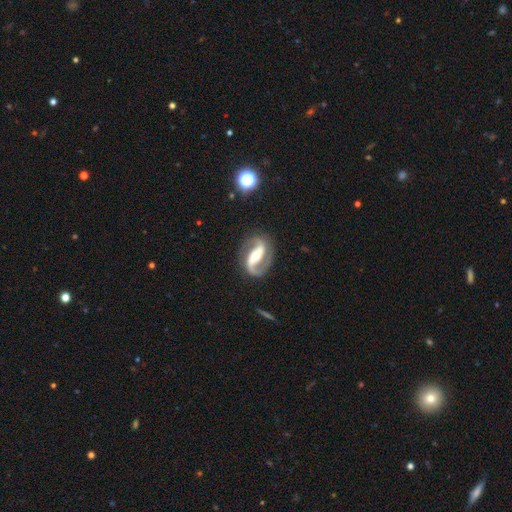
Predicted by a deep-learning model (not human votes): smooth-or-featured: featured or disk: 89% | smooth: 6% | star or artifact: 4%
  disk-edge-on: no: 96% | yes: 4%
    bar: strong: 58% | weak: 25% | no: 17%
    has-spiral-arms: yes: 96% | no: 4%
      spiral-winding: medium: 49% | loose: 31% | tight: 20%
      spiral-arm-count: 2: 90% | 1: 5% | can't tell: 2% | 3: 1% | 4: 1% | more than 4: 1%
    bulge-size: moderate: 63% | small: 26% | large: 9% | dominant: 1% | none: 1%
  merging: none: 82% | minor disturbance: 11% | major disturbance: 5% | merger: 2%